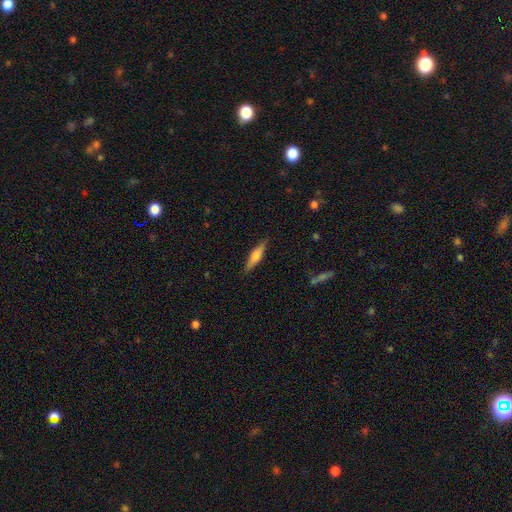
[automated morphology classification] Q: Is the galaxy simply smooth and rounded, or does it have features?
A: smooth — 55%.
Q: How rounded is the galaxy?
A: cigar-shaped — 79%.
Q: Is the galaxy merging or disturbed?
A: none — 87%.